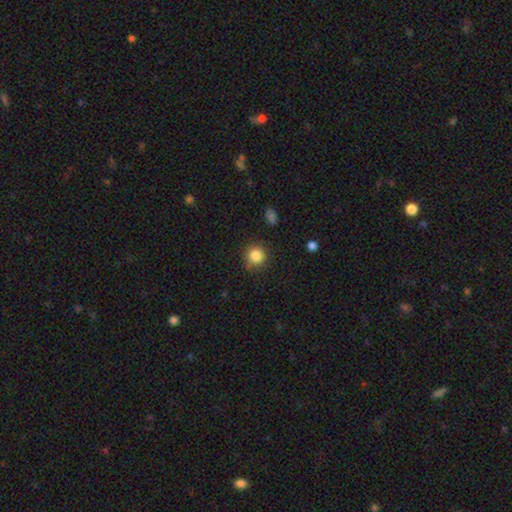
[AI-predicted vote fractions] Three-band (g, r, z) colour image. It shows a smooth galaxy with no disk features (86%) that is round (92%). Merging: none (84%).